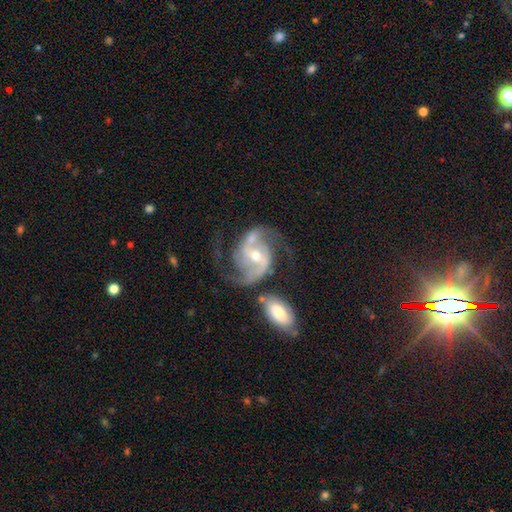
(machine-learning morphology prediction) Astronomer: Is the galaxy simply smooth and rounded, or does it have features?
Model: featured or disk — 91%.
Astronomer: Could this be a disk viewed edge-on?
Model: no — 97%.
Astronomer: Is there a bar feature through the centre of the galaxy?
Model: weak — 40% (runner-up: no, 30%).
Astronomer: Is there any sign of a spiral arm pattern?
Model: yes — 98%.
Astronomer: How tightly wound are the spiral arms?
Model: medium — 57%.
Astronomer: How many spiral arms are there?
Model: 2 — 87%.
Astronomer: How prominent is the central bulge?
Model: moderate — 56% (runner-up: small, 39%).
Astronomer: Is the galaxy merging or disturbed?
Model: none — 55%.